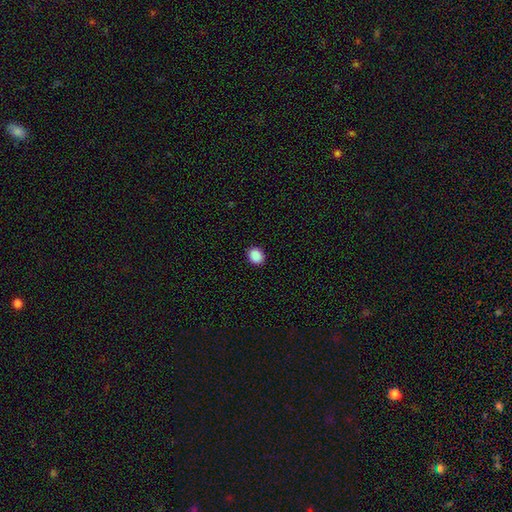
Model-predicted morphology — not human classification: Overall: smooth (89%). How rounded: round (54%; in between 45%). Merging: none (91%).